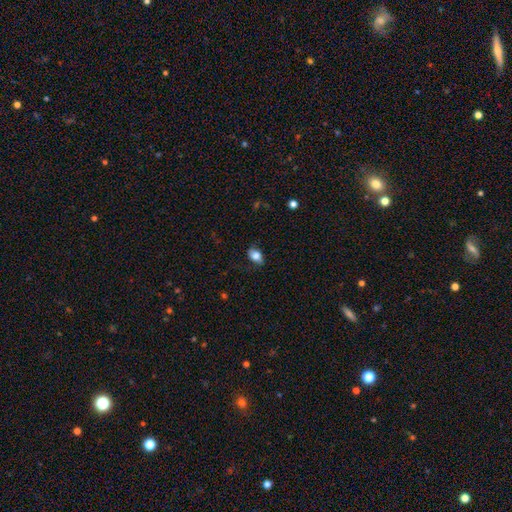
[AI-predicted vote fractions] This appears to be a smooth galaxy with no disk features (77%) that is in between round and cigar-shaped (84%). Merging: none (69%).